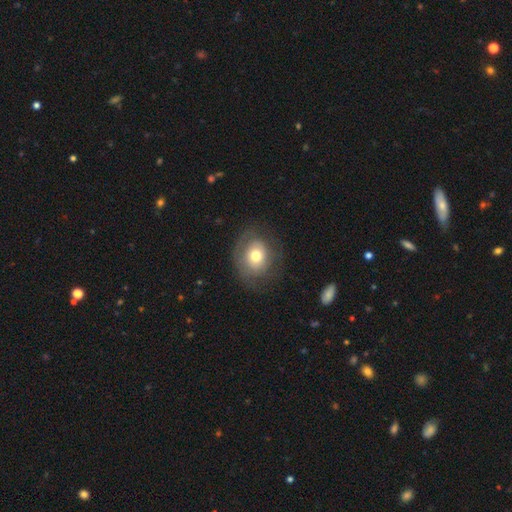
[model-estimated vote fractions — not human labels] A smooth galaxy with no disk features (61%) that is round (60%).

Vote fractions:
- Smooth or featured? smooth: 61% / featured or disk: 30% / star or artifact: 9%
- How rounded? round: 60% / in between: 39% / cigar-shaped: 1%
- Merging? none: 69% / minor disturbance: 18% / major disturbance: 11% / merger: 1%